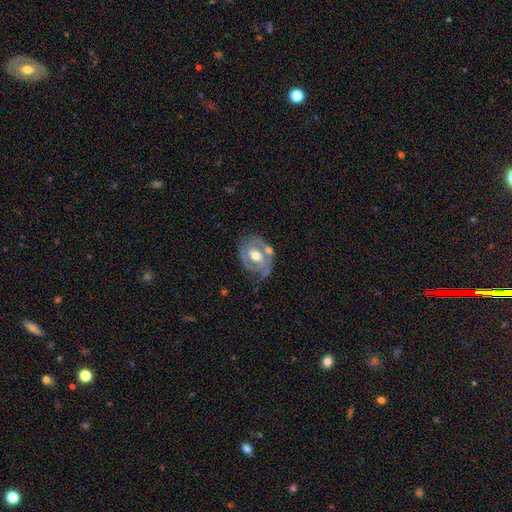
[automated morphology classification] This appears to be a featured or disk galaxy (69%) with no bar (57%), spiral arms (59%) and a moderate central bulge (71%). Merging: none (54%).